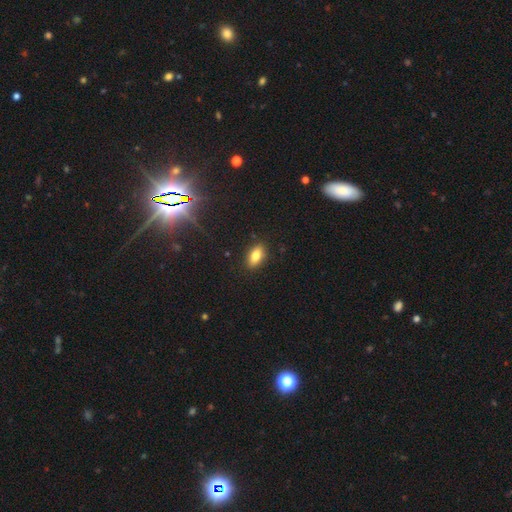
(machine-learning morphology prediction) smooth 79%, featured or disk 12%, star or artifact 10%. Down the decision tree: how rounded — in between (88%); merging — none (88%).